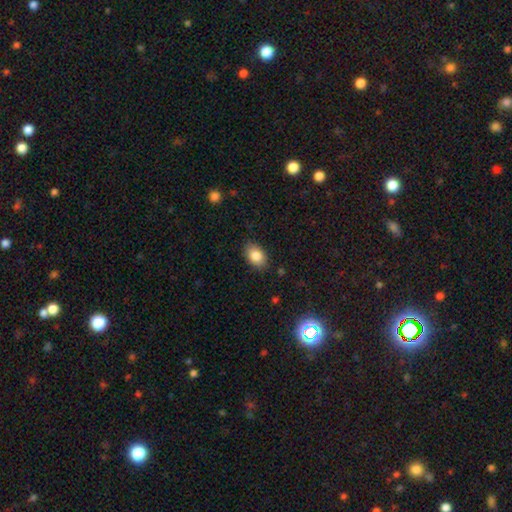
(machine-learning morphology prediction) Overall: smooth (84%). How rounded: in between (86%). Merging: none (85%).